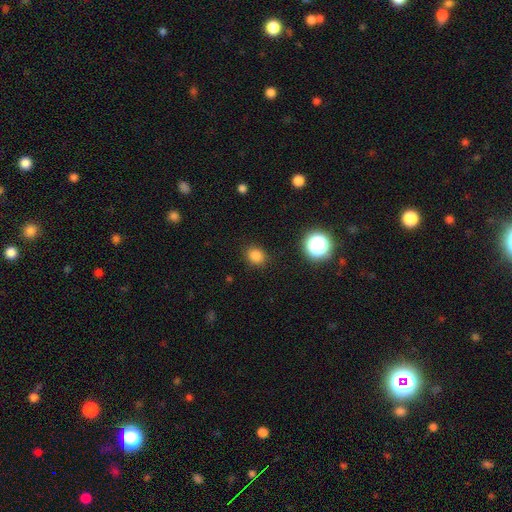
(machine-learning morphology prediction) Smooth or featured? smooth (82%)
How rounded? round (69%)
Merging? none (88%)